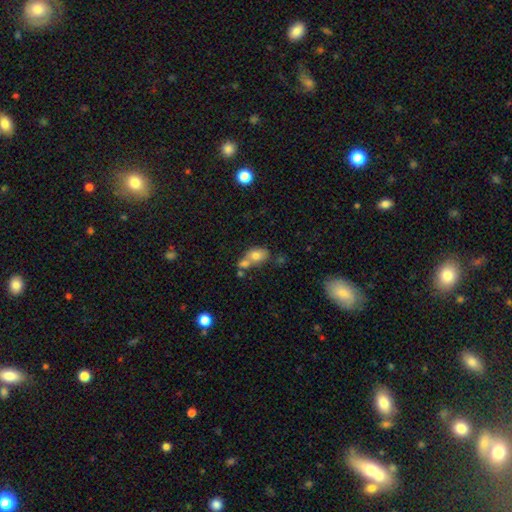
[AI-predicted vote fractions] Q: Smooth or featured?
A: smooth (73%); runner-up: featured or disk (17%)
Q: How rounded?
A: in between (78%); runner-up: round (20%)
Q: Merging?
A: merger (48%); runner-up: none (33%)